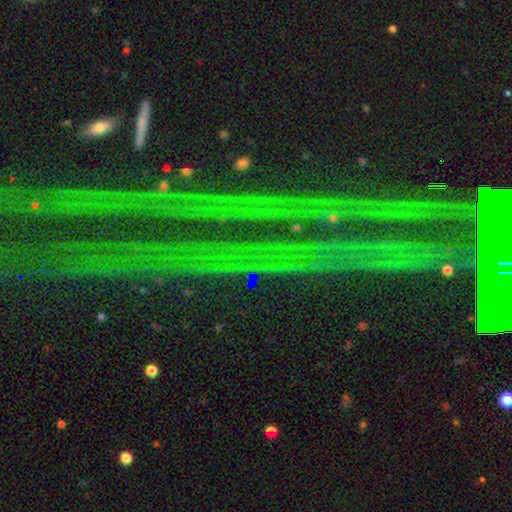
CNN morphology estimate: Smooth or featured? star or artifact (81%)